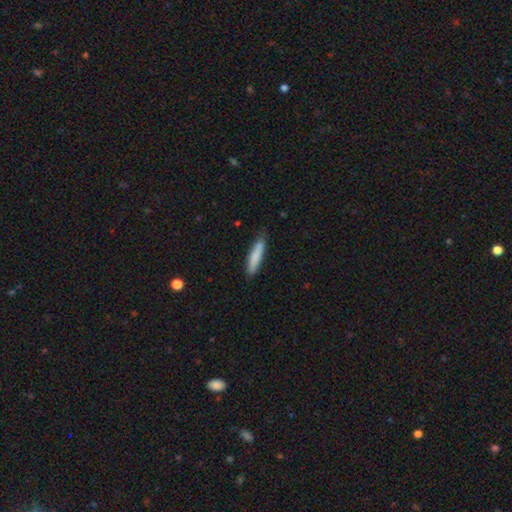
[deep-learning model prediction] Smooth or featured? smooth (81%)
How rounded? cigar-shaped (86%)
Merging? none (80%)